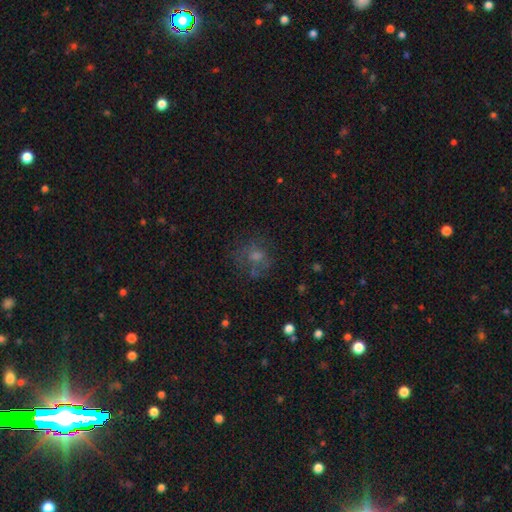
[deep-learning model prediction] This appears to be a smooth galaxy with no disk features (52%) that is round (74%). Merging: none (60%).